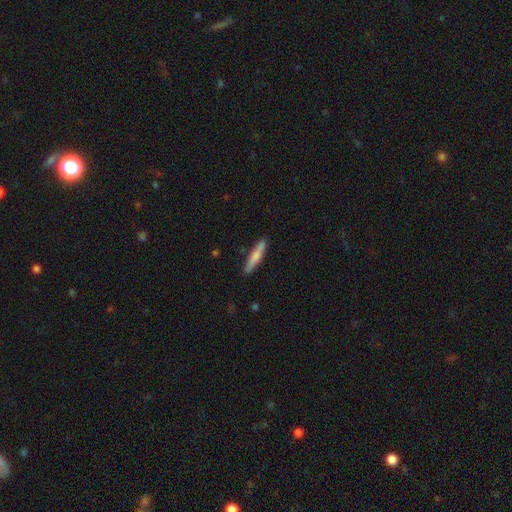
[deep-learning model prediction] A smooth galaxy with no disk features (68%) that is cigar-shaped (90%). Merging: none (88%).